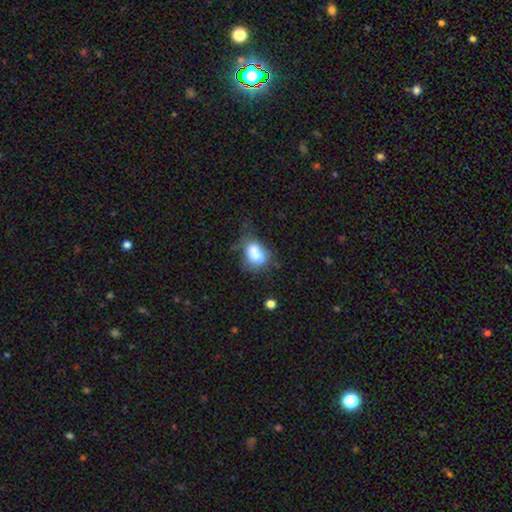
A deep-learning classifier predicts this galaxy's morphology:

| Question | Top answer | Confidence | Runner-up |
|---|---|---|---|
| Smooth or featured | smooth | 71% | featured or disk (19%) |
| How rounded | in between | 71% | round (27%) |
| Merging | merger | 30% | none (27%) |